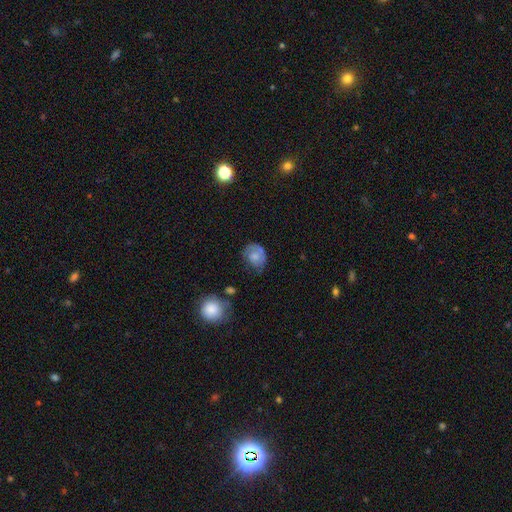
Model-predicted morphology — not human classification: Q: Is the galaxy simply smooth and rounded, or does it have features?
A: smooth — 60%.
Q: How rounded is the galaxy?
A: round — 53%.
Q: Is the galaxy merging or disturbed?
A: none — 49%.